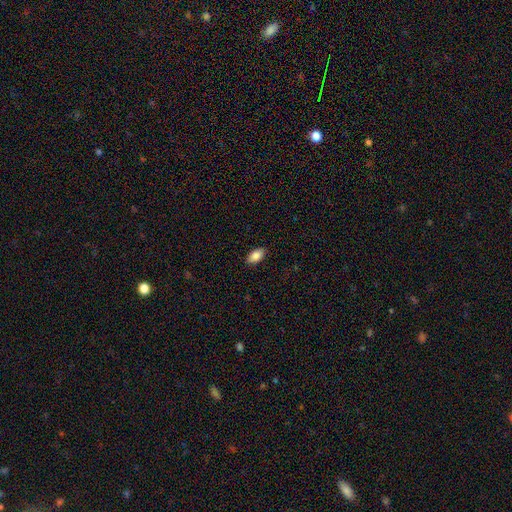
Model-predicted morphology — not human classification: smooth_or_featured: smooth (p=0.86) [alt: star or artifact p=0.07]
how_rounded: in between (p=0.92) [alt: cigar-shaped p=0.04]
merging: none (p=0.89) [alt: minor disturbance p=0.08]